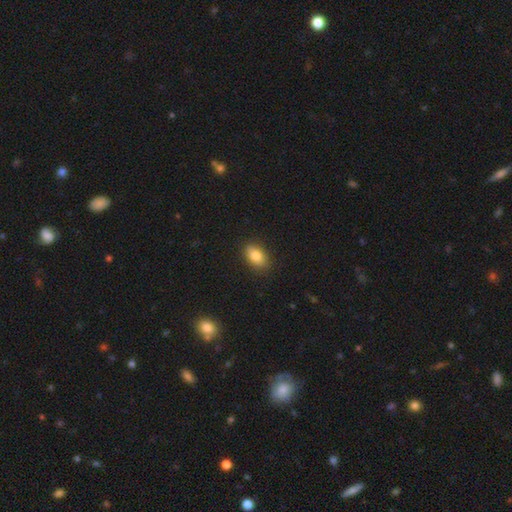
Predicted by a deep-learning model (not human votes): A smooth galaxy with no disk features (83%) that is in between round and cigar-shaped (88%). Merging: none (86%).